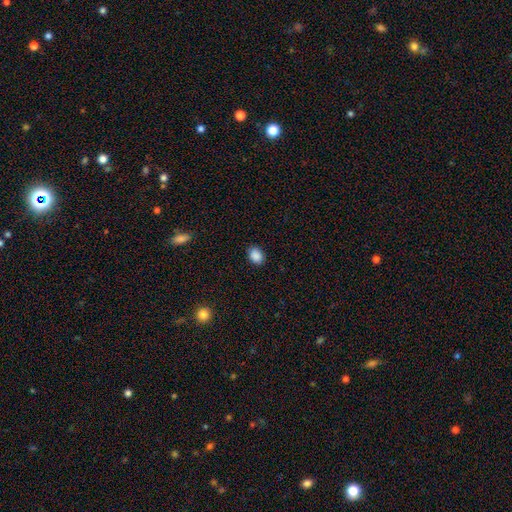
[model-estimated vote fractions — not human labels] This is clearly a smooth galaxy (88%). How rounded: likely in between (62%). Merging: clearly none (86%).